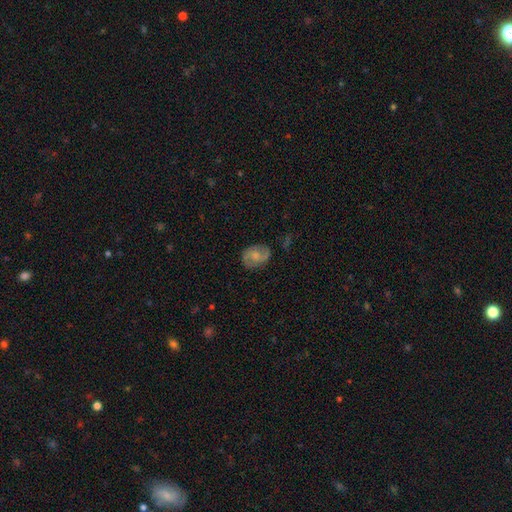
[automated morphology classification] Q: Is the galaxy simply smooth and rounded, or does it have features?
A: featured or disk — 50%.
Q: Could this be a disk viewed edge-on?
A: no — 96%.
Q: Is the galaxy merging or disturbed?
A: none — 75%.